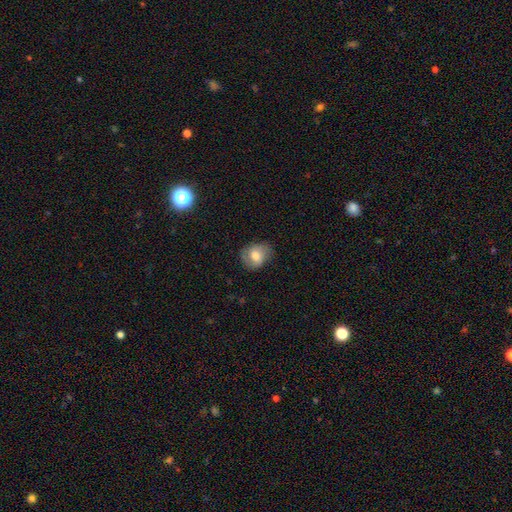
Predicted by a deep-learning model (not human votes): smooth_or_featured: smooth (p=0.57) [alt: featured or disk p=0.35]
how_rounded: round (p=0.57) [alt: in between p=0.42]
merging: none (p=0.70) [alt: minor disturbance p=0.22]